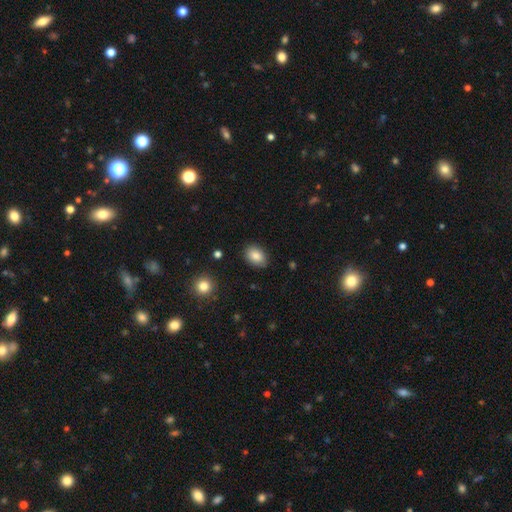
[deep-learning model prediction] A smooth galaxy with no disk features (84%) that is in between round and cigar-shaped (75%).

Vote fractions:
- Smooth or featured? smooth: 84% / star or artifact: 8% / featured or disk: 7%
- How rounded? in between: 75% / round: 24% / cigar-shaped: 1%
- Merging? none: 86% / minor disturbance: 10% / major disturbance: 2% / merger: 1%